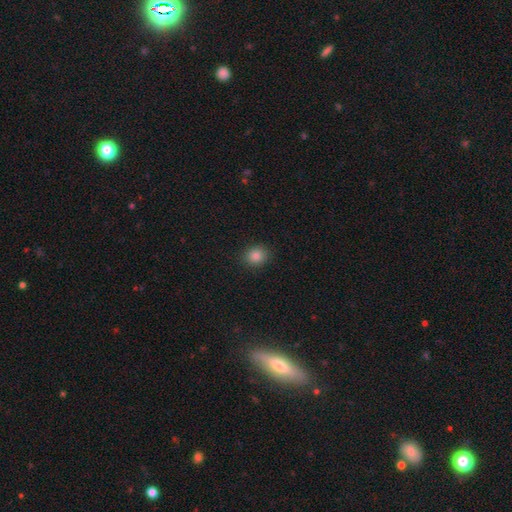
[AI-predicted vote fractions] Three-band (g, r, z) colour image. It shows a smooth galaxy with no disk features (84%) that is round (68%). Merging: none (89%).